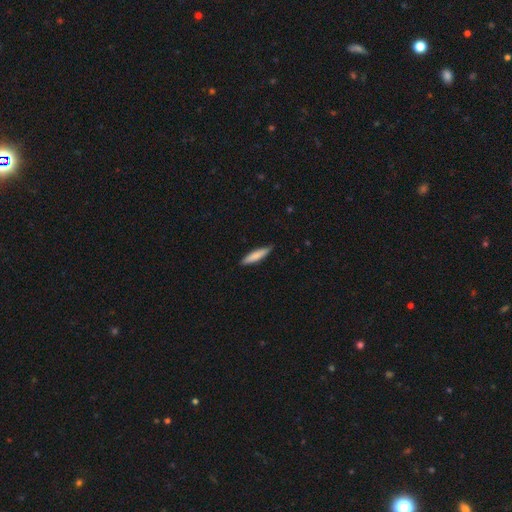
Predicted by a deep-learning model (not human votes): Smooth or featured? smooth (79%)
How rounded? cigar-shaped (84%)
Merging? none (86%)